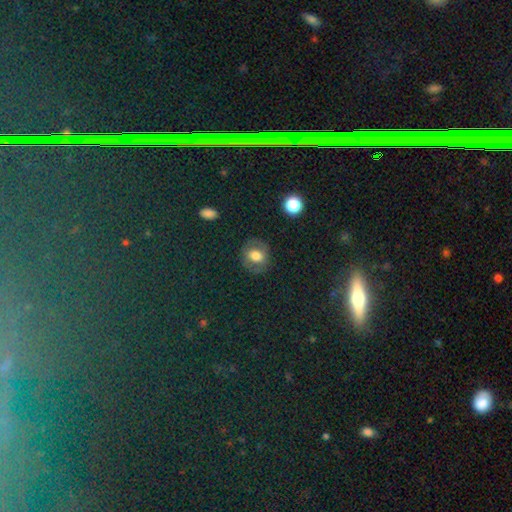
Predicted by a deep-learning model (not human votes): Smooth or featured: smooth — 59% (featured or disk — 30%)
How rounded: round — 61% (in between — 38%)
Merging: none — 79% (minor disturbance — 13%)